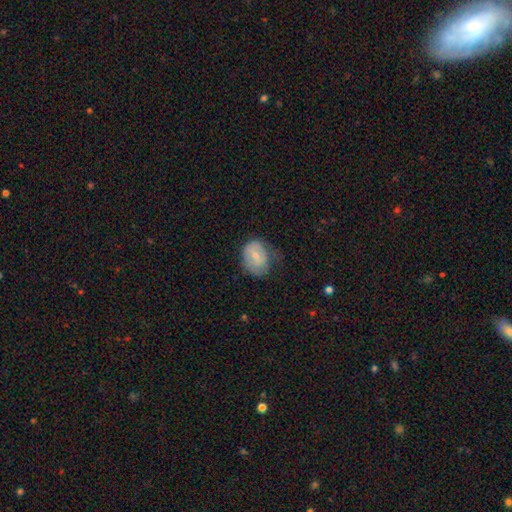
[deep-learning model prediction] smooth_or_featured: smooth (p=0.63) [alt: featured or disk p=0.30]
how_rounded: in between (p=0.53) [alt: round p=0.46]
merging: none (p=0.47) [alt: minor disturbance p=0.34]